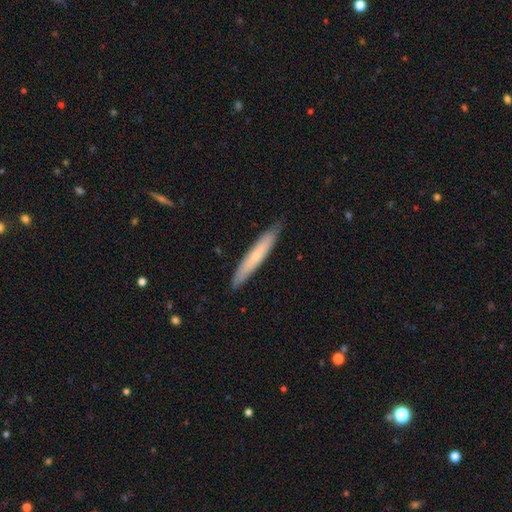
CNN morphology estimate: Overall: smooth (59%; featured or disk 35%). How rounded: cigar-shaped (94%). Merging: none (86%).